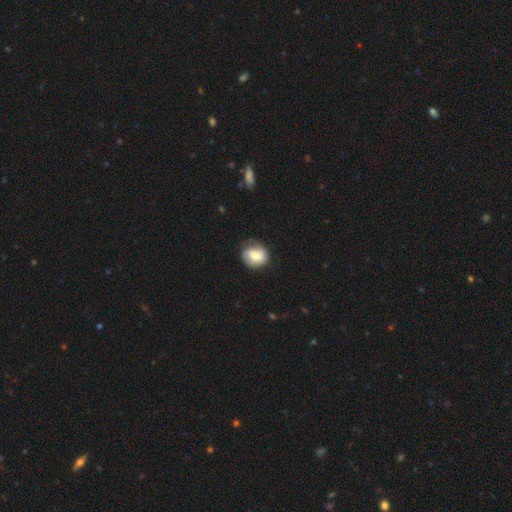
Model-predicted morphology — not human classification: type=smooth (60%); roundness=round (67%); merging=none (67%).